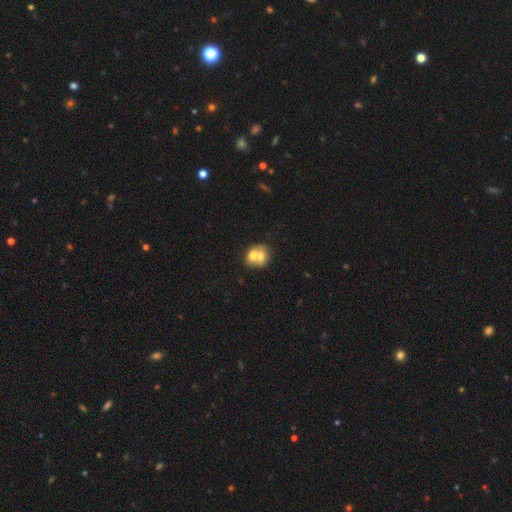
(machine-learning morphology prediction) smooth 62%, featured or disk 29%, star or artifact 8%. Down the decision tree: how rounded — round (60%); merging — merger (68%).